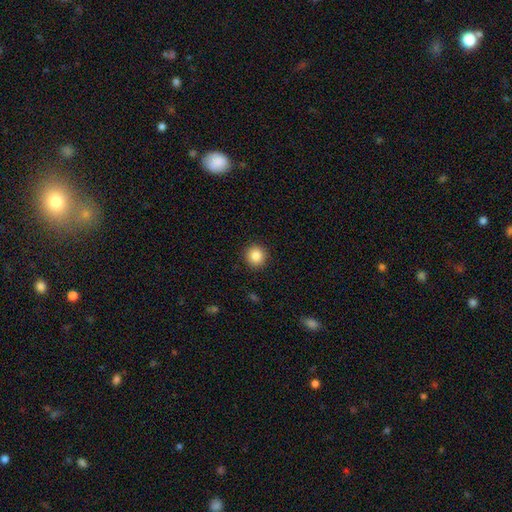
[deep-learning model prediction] Smooth or featured? Predicted: smooth (p=0.86). How rounded? Predicted: round (p=0.93). Merging? Predicted: none (p=0.91).